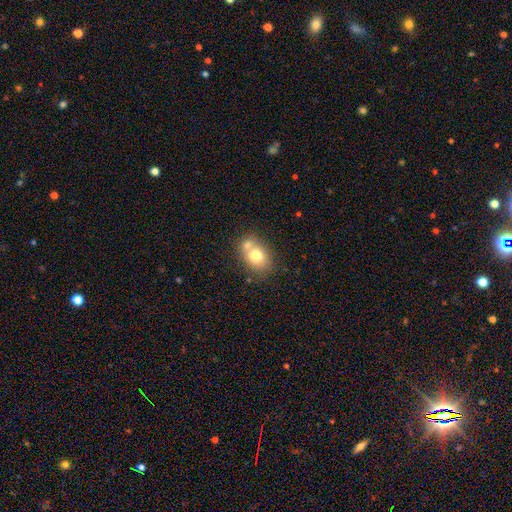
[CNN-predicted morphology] Q: Smooth or featured?
A: smooth (71%); runner-up: featured or disk (19%)
Q: How rounded?
A: in between (56%); runner-up: round (43%)
Q: Merging?
A: none (44%); runner-up: merger (39%)